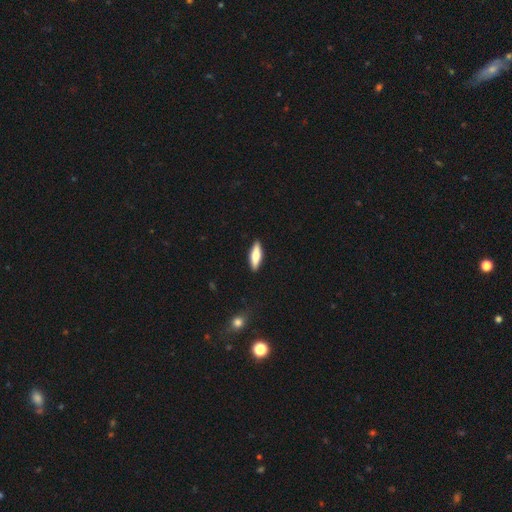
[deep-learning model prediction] Smooth or featured? Predicted: smooth (p=0.65). How rounded? Predicted: cigar-shaped (p=0.59). Merging? Predicted: none (p=0.90).